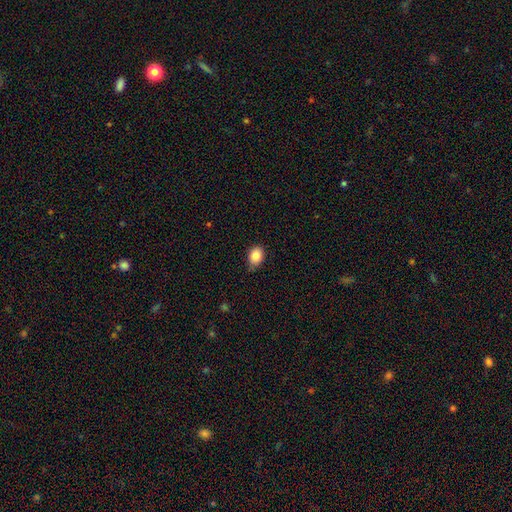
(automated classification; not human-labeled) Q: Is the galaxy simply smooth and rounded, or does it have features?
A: smooth — 86%.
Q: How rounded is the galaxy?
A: in between — 65%.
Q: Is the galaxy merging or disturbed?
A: none — 71%.